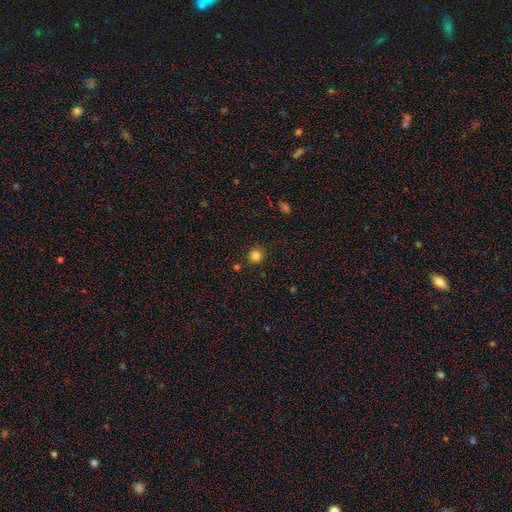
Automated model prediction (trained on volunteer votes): This is clearly a smooth galaxy (82%). How rounded: clearly round (89%). Merging: clearly none (85%).